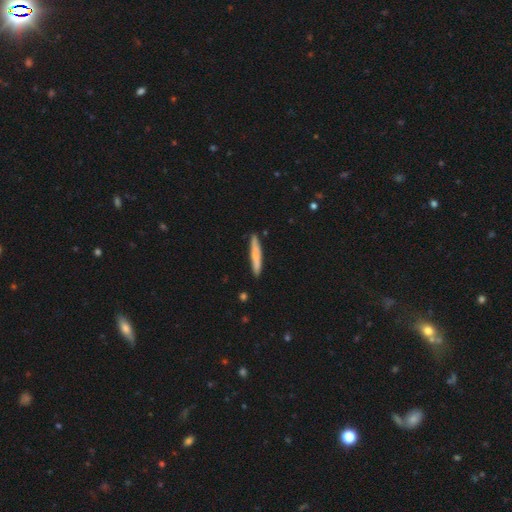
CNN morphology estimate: A smooth galaxy with no disk features (67%) that is cigar-shaped (92%).

Vote fractions:
- Smooth or featured? smooth: 67% / featured or disk: 28% / star or artifact: 5%
- How rounded? cigar-shaped: 92% / in between: 6% / round: 1%
- Merging? none: 87% / minor disturbance: 10% / merger: 2% / major disturbance: 2%